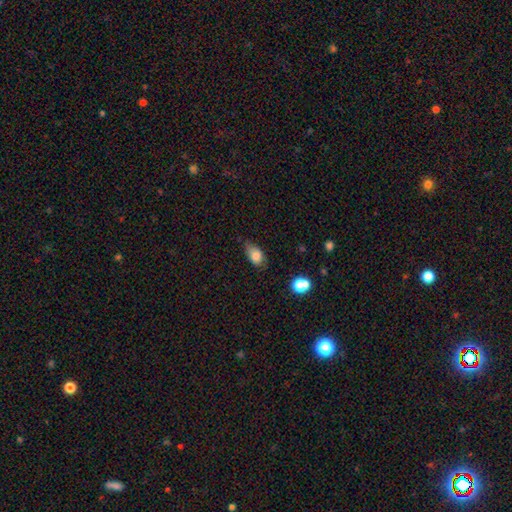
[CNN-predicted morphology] smooth-or-featured: smooth: 80% | featured or disk: 11% | star or artifact: 9%
  how-rounded: in between: 84% | round: 13% | cigar-shaped: 3%
  merging: none: 50% | minor disturbance: 38% | major disturbance: 10% | merger: 3%